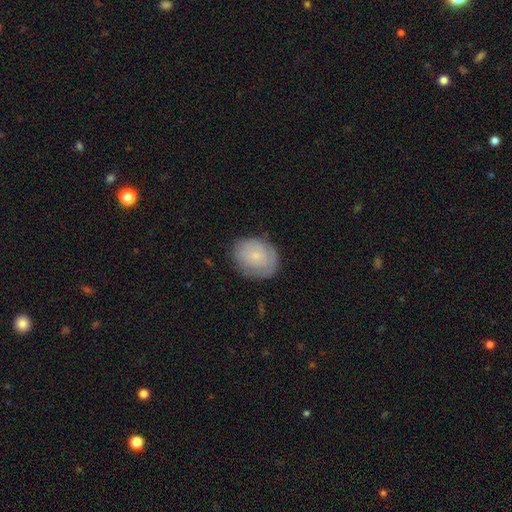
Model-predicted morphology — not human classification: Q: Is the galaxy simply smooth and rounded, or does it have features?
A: smooth — 63%.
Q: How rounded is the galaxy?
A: in between — 54%.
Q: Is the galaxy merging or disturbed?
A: none — 76%.